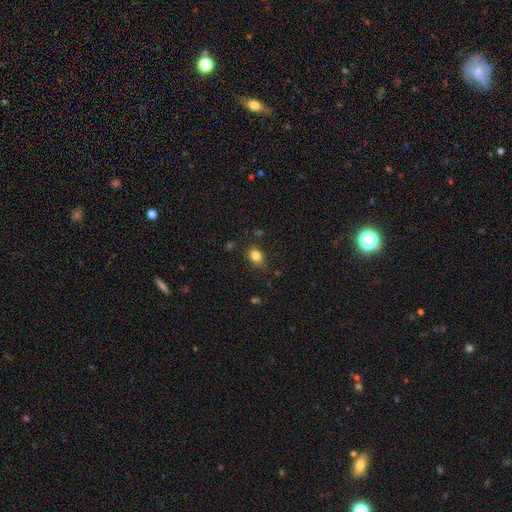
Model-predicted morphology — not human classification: The model was most divided on "how rounded": in between: 59%, round: 40%, cigar-shaped: 1%. More confident: smooth or featured — smooth (83%); merging — none (78%).